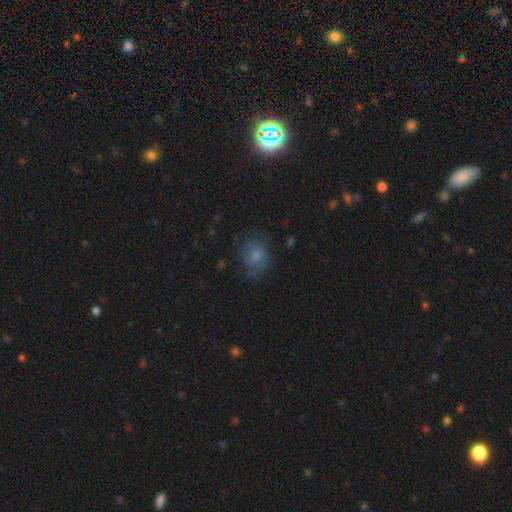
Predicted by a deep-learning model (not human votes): This is likely a smooth galaxy (75%). How rounded: possibly round (54%). Merging: likely none (67%).